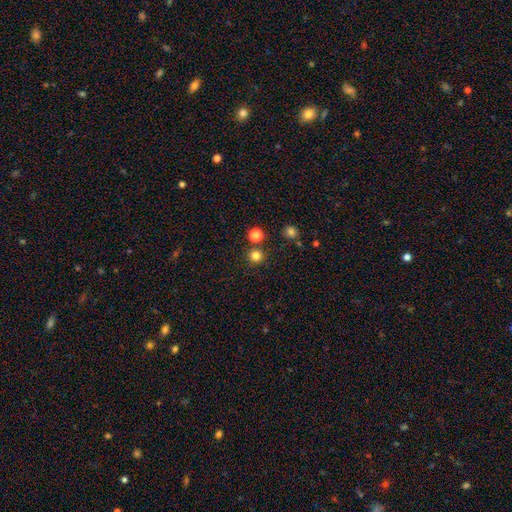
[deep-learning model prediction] A smooth galaxy with no disk features (80%) that is round (94%). Merging: none (86%).